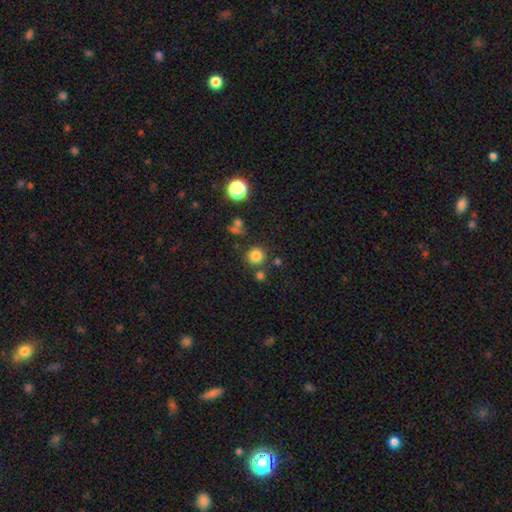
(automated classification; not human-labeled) This is likely a smooth galaxy (80%). How rounded: clearly round (93%). Merging: likely none (79%).